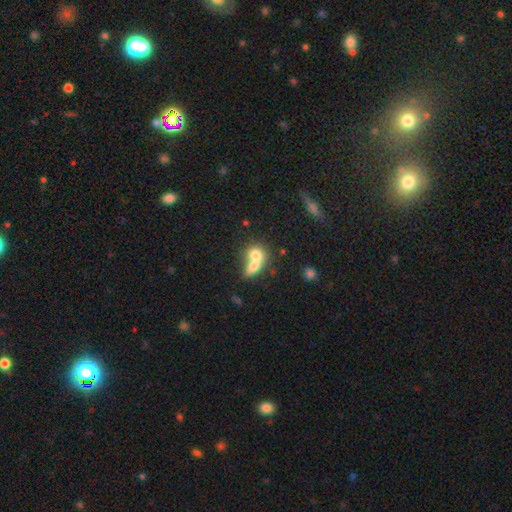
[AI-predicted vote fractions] This appears to be a smooth galaxy with no disk features (71%) that is in between round and cigar-shaped (50%). Merging: merger (72%).